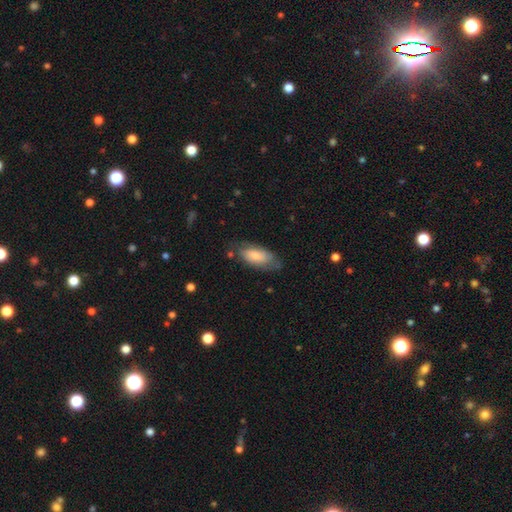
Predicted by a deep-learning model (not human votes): smooth 70%, featured or disk 24%, star or artifact 6%. Down the decision tree: how rounded — in between (86%); merging — none (60%).